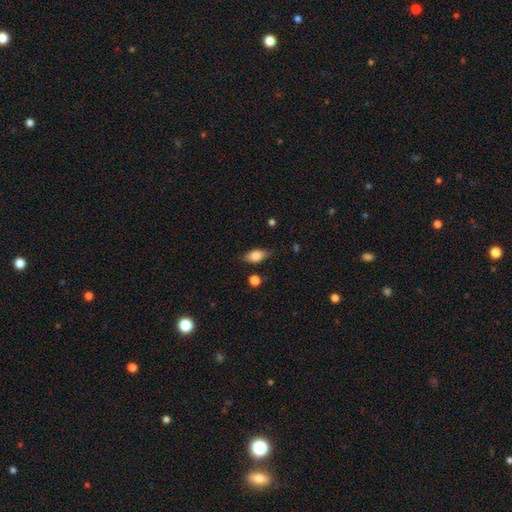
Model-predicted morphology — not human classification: Overall: smooth (79%). How rounded: in between (86%). Merging: none (78%).